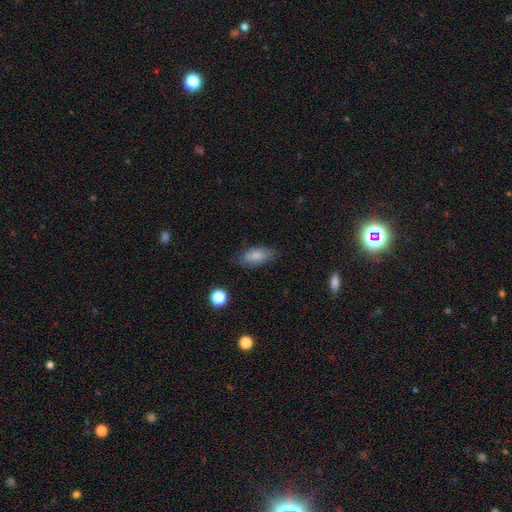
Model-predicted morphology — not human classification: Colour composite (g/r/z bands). It shows a smooth galaxy with no disk features (82%) that is in between round and cigar-shaped (86%). Merging: none (74%).